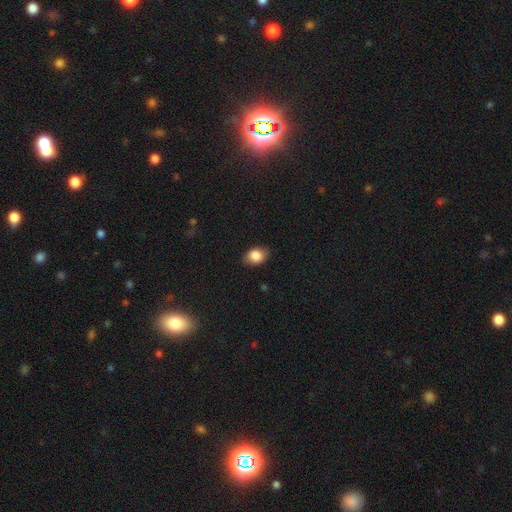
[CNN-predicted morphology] This is clearly a smooth galaxy (85%). How rounded: likely in between (75%). Merging: clearly none (84%).